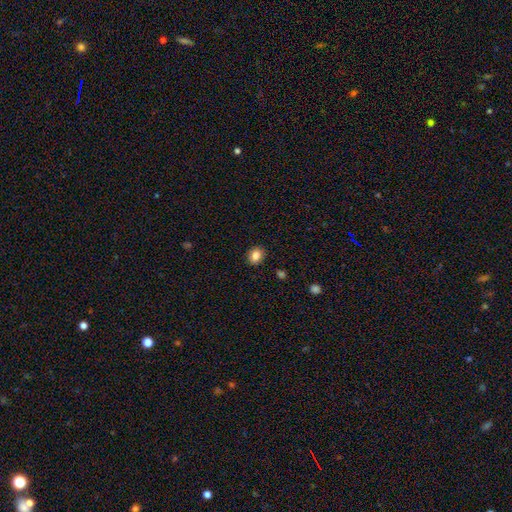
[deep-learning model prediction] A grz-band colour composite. It shows a smooth galaxy with no disk features (85%) that is round (51%). Merging: none (89%).